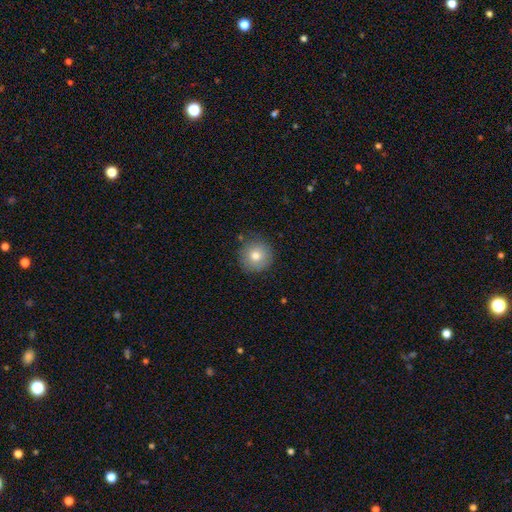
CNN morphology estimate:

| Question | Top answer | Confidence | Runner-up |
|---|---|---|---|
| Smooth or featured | smooth | 79% | featured or disk (12%) |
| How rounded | round | 95% | in between (4%) |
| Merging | none | 86% | minor disturbance (10%) |